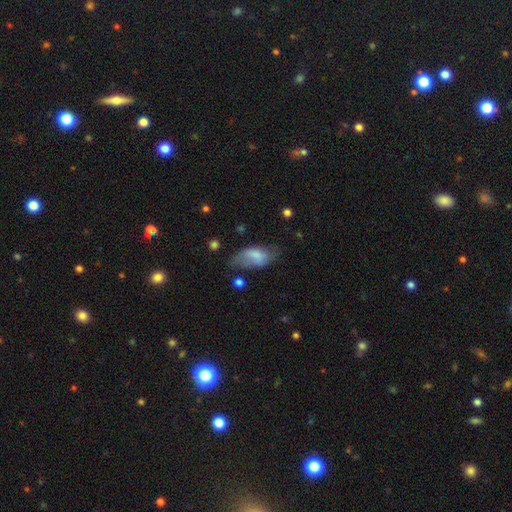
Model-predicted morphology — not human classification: type=smooth (71%); roundness=in between (91%); merging=none (47%).